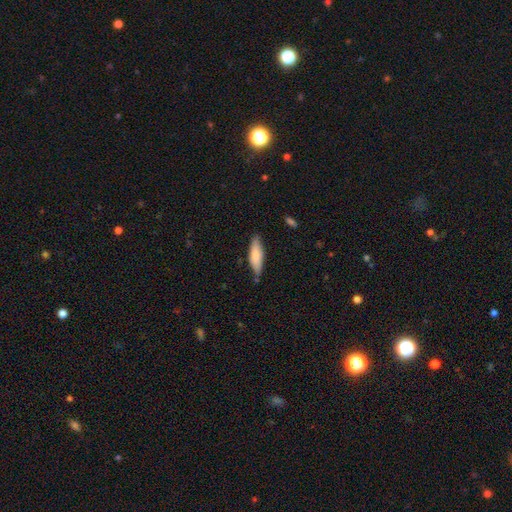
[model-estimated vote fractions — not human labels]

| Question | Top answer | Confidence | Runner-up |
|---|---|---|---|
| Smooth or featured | smooth | 75% | featured or disk (20%) |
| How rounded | cigar-shaped | 56% | in between (43%) |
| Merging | none | 75% | minor disturbance (20%) |